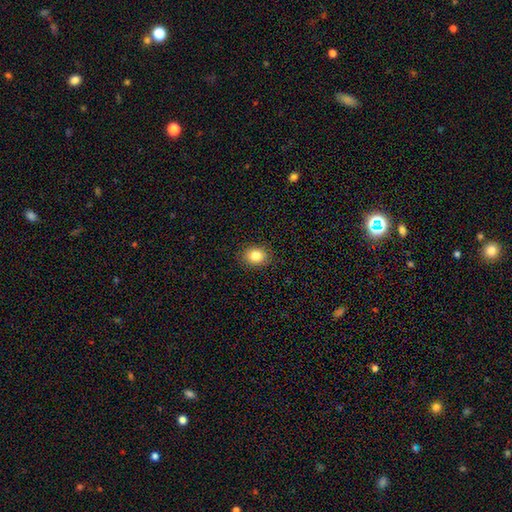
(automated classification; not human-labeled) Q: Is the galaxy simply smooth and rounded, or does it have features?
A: smooth — 83%.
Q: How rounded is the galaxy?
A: round — 50%.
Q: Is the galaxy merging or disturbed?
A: none — 89%.